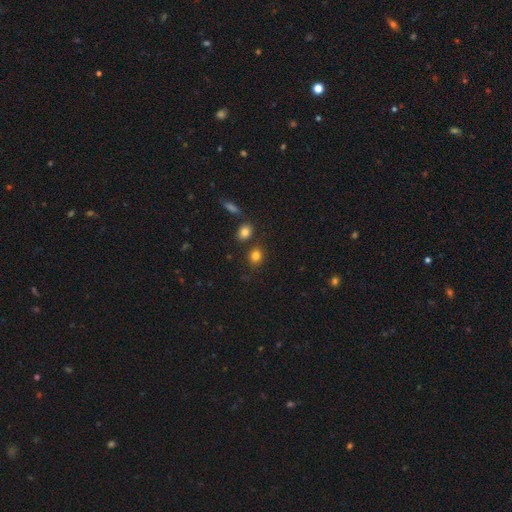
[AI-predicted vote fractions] Q: Smooth or featured?
A: smooth (81%); runner-up: star or artifact (12%)
Q: How rounded?
A: round (66%); runner-up: in between (33%)
Q: Merging?
A: none (77%); runner-up: minor disturbance (11%)